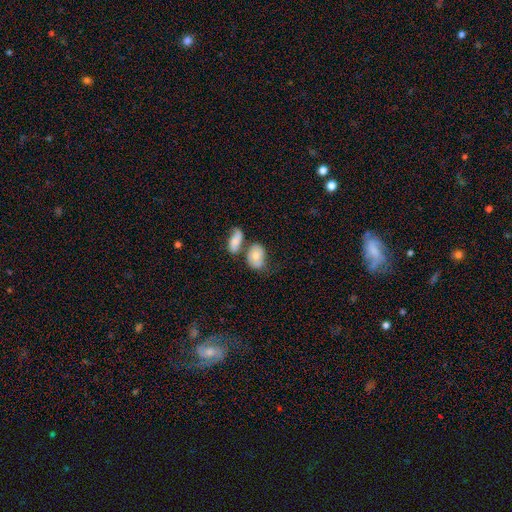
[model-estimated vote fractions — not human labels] Overall: smooth (68%). How rounded: in between (78%). Merging: none (35%, tied with merger).